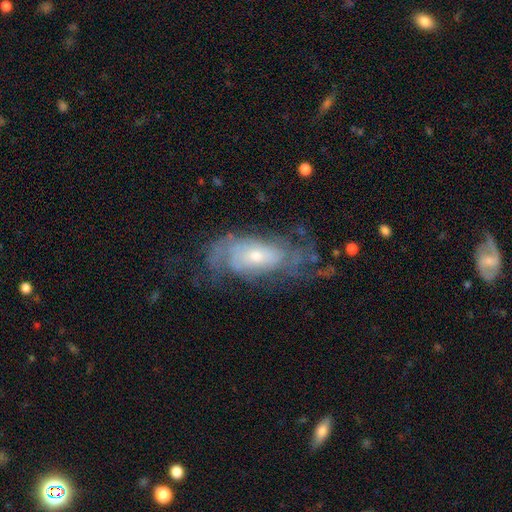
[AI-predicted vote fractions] featured or disk 74%, smooth 19%, star or artifact 7%. Down the decision tree: edge-on disk — no (91%); bar — no (74%); spiral arms — yes (82%); spiral arm count — can't tell (55%); spiral winding — tight (52%); bulge size — small (52%); merging — none (56%).